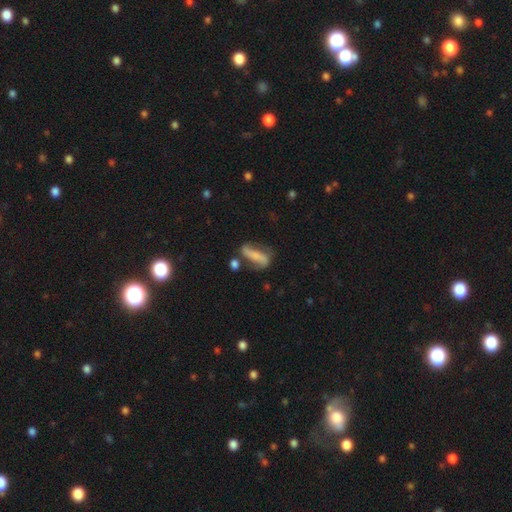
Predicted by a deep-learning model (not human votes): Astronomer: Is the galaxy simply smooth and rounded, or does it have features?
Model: featured or disk — 51% (runner-up: smooth, 40%).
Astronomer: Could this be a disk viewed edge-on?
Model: no — 81%.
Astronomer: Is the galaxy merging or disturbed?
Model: none — 53%.